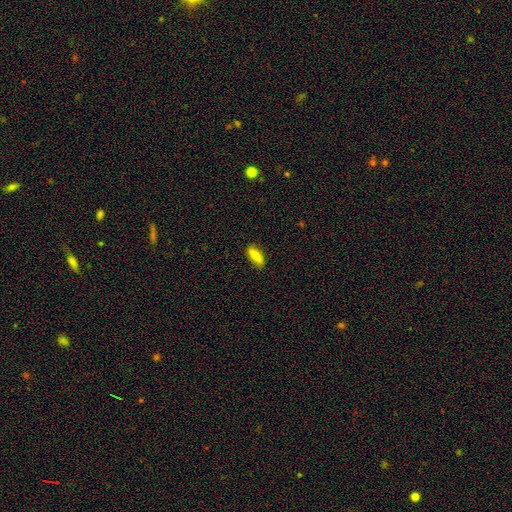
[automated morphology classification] type=smooth (81%); roundness=in between (76%); merging=none (85%).